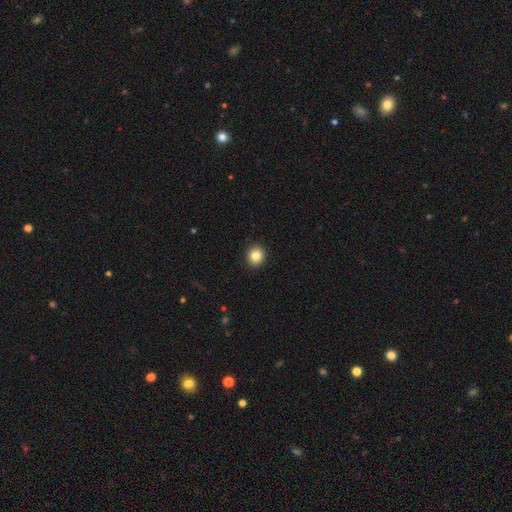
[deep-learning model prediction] Smooth or featured? smooth (84%)
How rounded? round (86%)
Merging? none (93%)